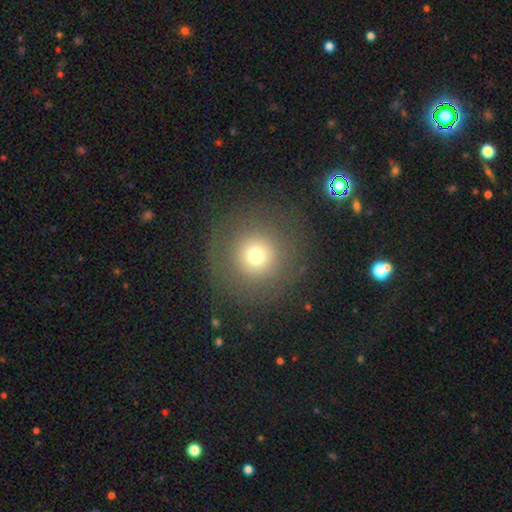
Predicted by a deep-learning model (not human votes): A smooth galaxy with no disk features (69%) that is round (95%). Merging: none (84%).